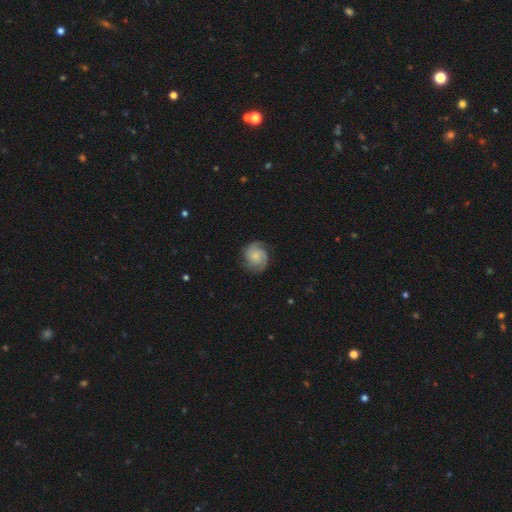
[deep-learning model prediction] Morphology: type=featured or disk (60%); edge-on=no (98%); bar=no (77%); spiral arms=yes (93%); winding=tight (49%); arm count=2 (40%); bulge=small (56%); merging=none (73%).